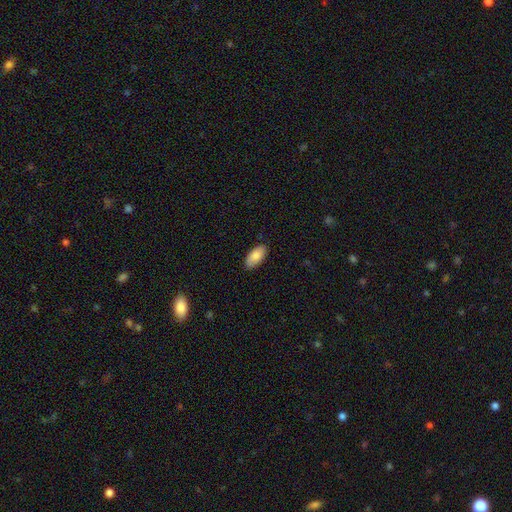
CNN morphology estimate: Overall: smooth (85%). How rounded: in between (93%). Merging: none (87%).